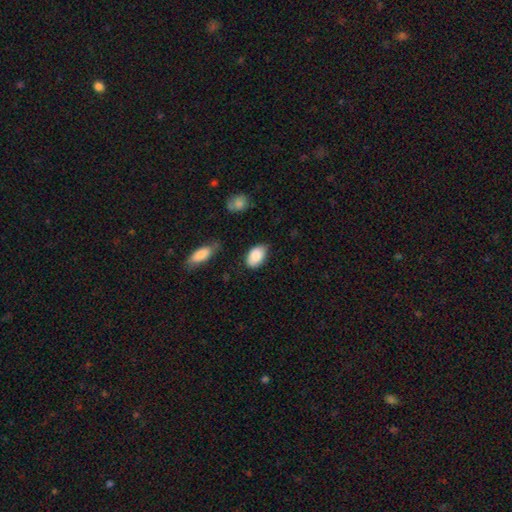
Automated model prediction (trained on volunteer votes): Q: Smooth or featured?
A: smooth (86%); runner-up: featured or disk (7%)
Q: How rounded?
A: in between (92%); runner-up: round (7%)
Q: Merging?
A: none (70%); runner-up: minor disturbance (23%)